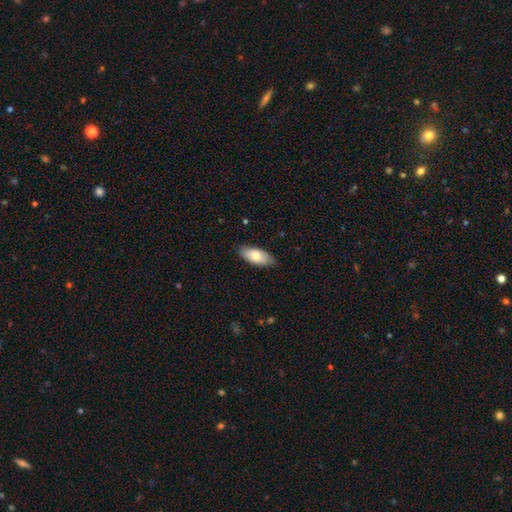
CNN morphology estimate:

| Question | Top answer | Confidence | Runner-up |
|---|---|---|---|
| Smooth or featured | smooth | 76% | featured or disk (18%) |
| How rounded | in between | 89% | cigar-shaped (9%) |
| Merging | none | 83% | minor disturbance (13%) |